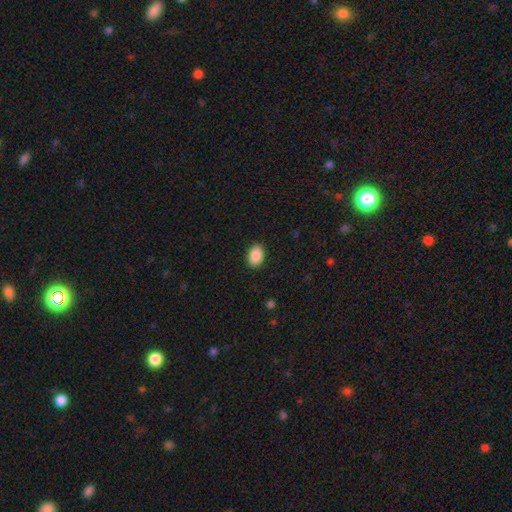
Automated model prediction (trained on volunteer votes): smooth 90%, star or artifact 7%, featured or disk 3%. Down the decision tree: how rounded — in between (85%); merging — none (90%).